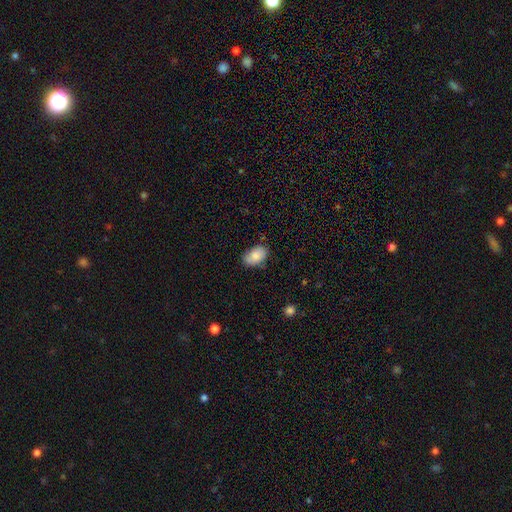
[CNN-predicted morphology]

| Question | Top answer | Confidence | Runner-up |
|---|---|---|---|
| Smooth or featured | smooth | 84% | featured or disk (9%) |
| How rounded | in between | 90% | round (9%) |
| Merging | none | 75% | minor disturbance (20%) |